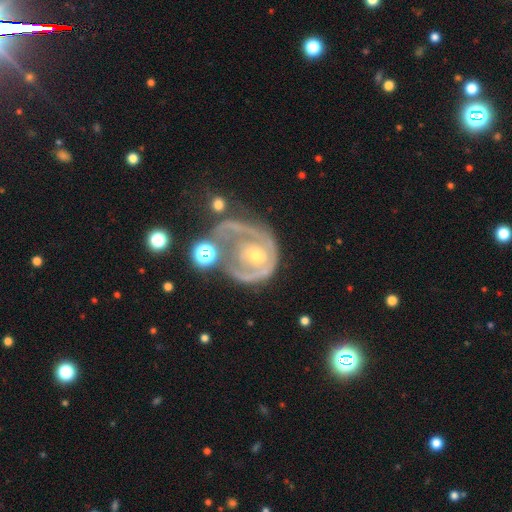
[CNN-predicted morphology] A featured or disk galaxy (77%) with no bar (67%), 1 (46%) tight (48%) spiral arms (68%) and a small central bulge (60%).

Vote fractions:
- Smooth or featured? featured or disk: 77% / smooth: 15% / star or artifact: 8%
- Edge-on disk? no: 97% / yes: 3%
- Bar? no: 67% / weak: 25% / strong: 8%
- Spiral arms? yes: 68% / no: 32%
- Spiral winding? tight: 48% / medium: 32% / loose: 20%
- Spiral arm count? 1: 46% / can't tell: 25% / 2: 21% / 3: 5% / 4: 2% / more than 4: 2%
- Bulge size? small: 60% / moderate: 32% / none: 4% / large: 2% / dominant: 1%
- Merging? major disturbance: 40% / none: 26% / minor disturbance: 19% / merger: 15%